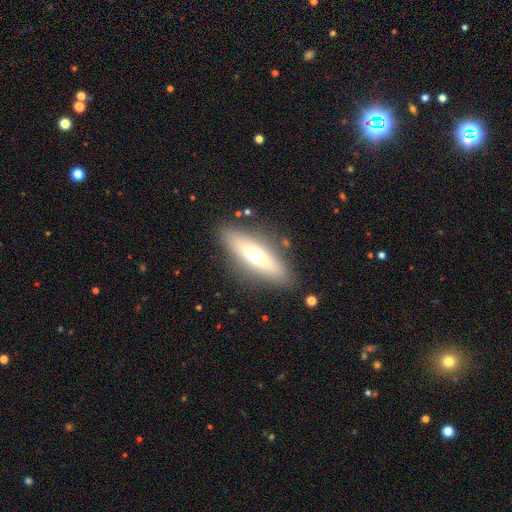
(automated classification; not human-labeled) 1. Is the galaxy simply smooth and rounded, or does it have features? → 51% smooth, 41% featured or disk, 8% star or artifact.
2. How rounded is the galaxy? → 50% cigar-shaped, 47% in between, 3% round.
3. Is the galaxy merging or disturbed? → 85% none, 10% minor disturbance, 4% major disturbance, 2% merger.